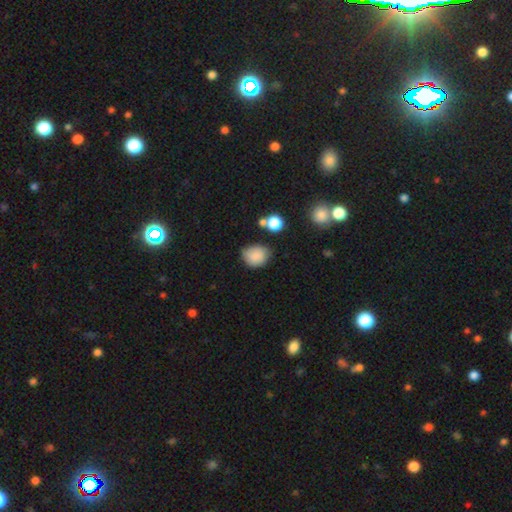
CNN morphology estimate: type=smooth (83%); roundness=round (55%); merging=none (64%).